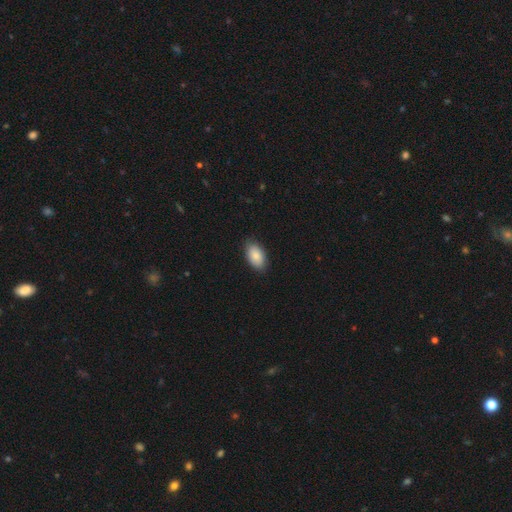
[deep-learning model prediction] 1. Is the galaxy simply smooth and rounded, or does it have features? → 85% smooth, 8% featured or disk, 6% star or artifact.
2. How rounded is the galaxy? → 94% in between, 4% round, 2% cigar-shaped.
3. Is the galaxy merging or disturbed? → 85% none, 12% minor disturbance, 2% major disturbance, 1% merger.